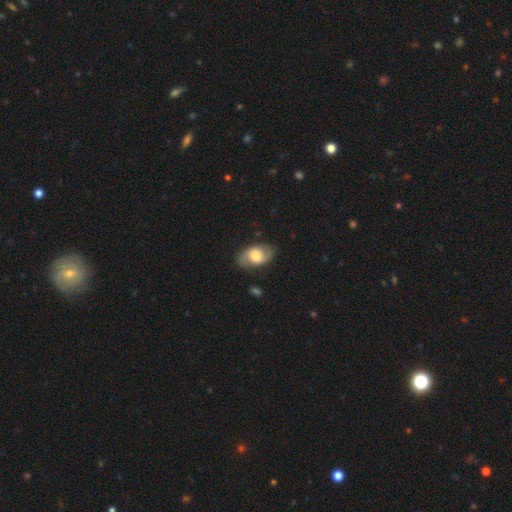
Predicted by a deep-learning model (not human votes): Morphology: type=featured or disk (53%); edge-on=no (94%); merging=none (78%).